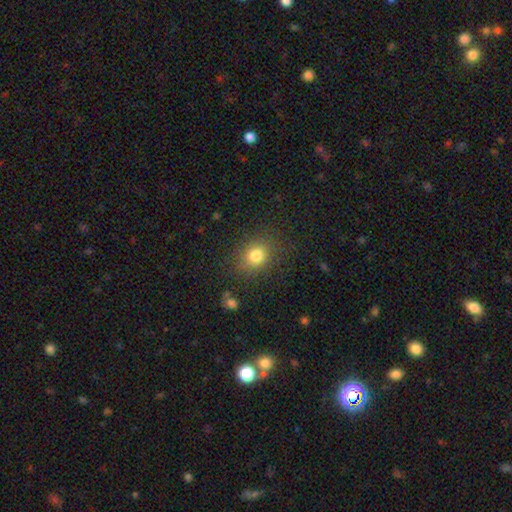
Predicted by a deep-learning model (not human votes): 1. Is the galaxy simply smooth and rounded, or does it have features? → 81% smooth, 12% star or artifact, 7% featured or disk.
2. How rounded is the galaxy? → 61% round, 38% in between, 1% cigar-shaped.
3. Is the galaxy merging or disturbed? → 83% none, 11% minor disturbance, 4% major disturbance, 2% merger.